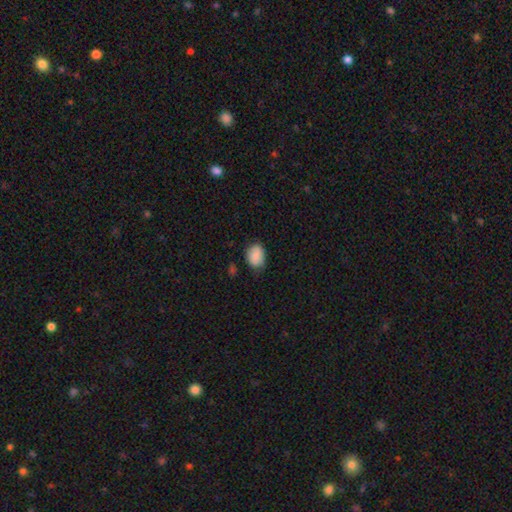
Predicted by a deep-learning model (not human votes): A smooth galaxy with no disk features (84%) that is in between round and cigar-shaped (66%).

Vote fractions:
- Smooth or featured? smooth: 84% / featured or disk: 8% / star or artifact: 8%
- How rounded? in between: 66% / round: 33% / cigar-shaped: 1%
- Merging? none: 66% / minor disturbance: 28% / major disturbance: 5% / merger: 2%